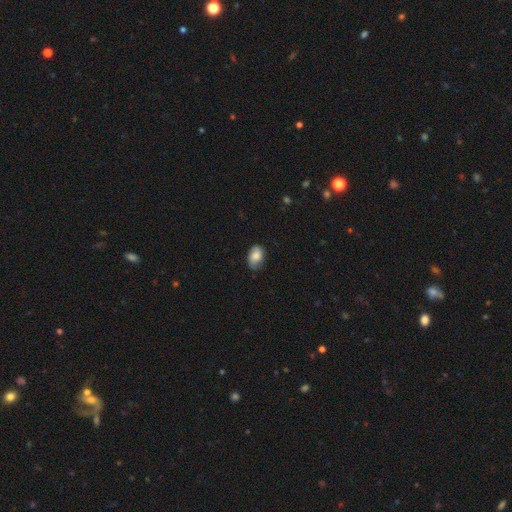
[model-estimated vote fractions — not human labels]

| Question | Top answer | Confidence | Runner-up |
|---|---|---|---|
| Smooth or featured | smooth | 69% | featured or disk (23%) |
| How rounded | in between | 81% | round (17%) |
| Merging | none | 70% | minor disturbance (24%) |